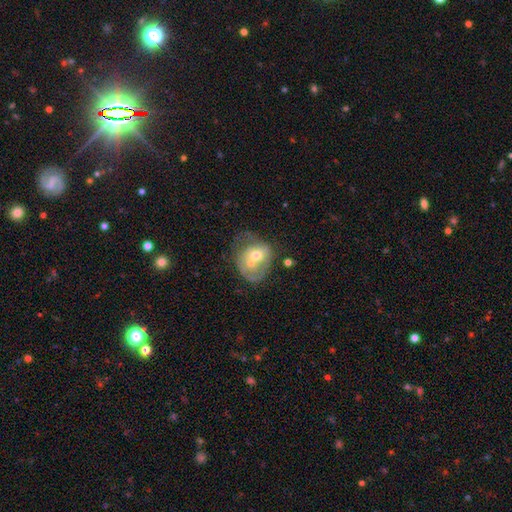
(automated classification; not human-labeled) Q: Smooth or featured?
A: featured or disk (52%); runner-up: smooth (41%)
Q: Edge-on disk?
A: no (97%); runner-up: yes (3%)
Q: Merging?
A: merger (49%); runner-up: none (19%)